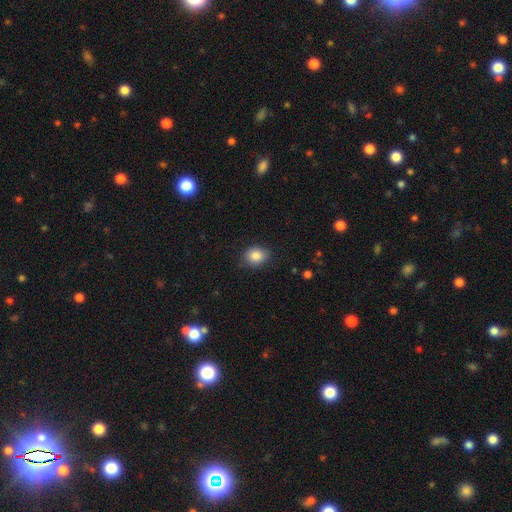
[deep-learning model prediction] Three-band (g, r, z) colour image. It shows a smooth galaxy with no disk features (86%) that is round (52%). Merging: none (82%).